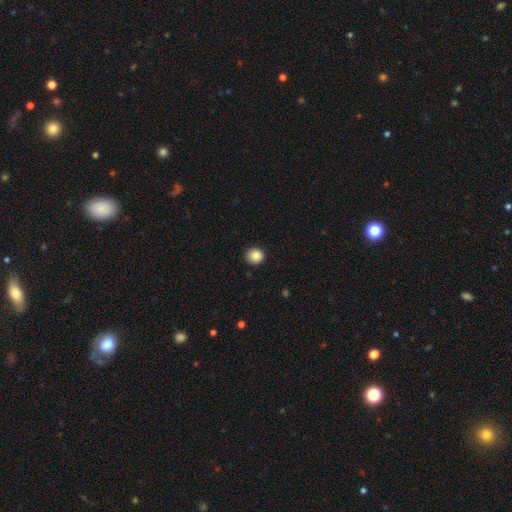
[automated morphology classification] Overall: smooth (87%). How rounded: round (90%). Merging: none (90%).